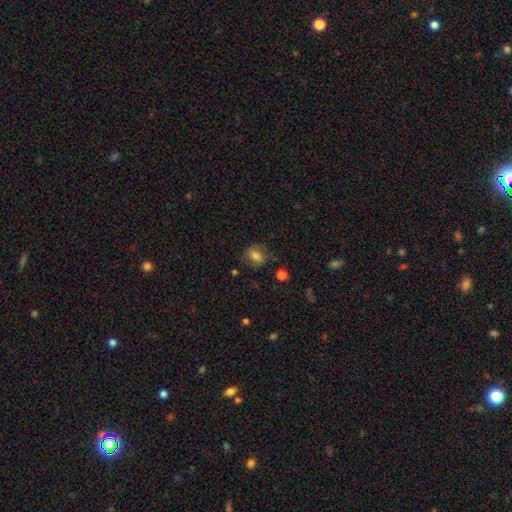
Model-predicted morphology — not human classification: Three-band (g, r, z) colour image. It shows a smooth galaxy with no disk features (70%) that is round (64%). Merging: none (70%).